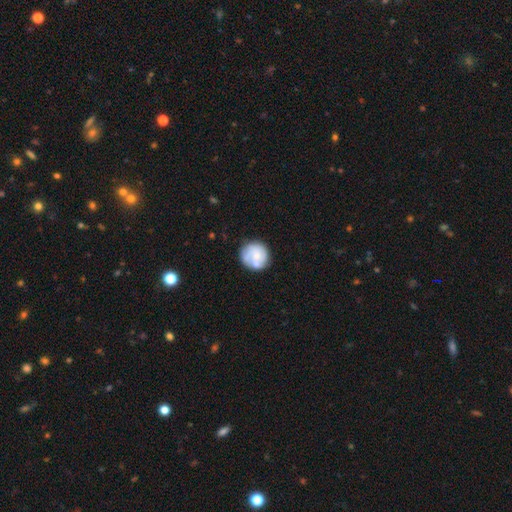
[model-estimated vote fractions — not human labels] Smooth or featured: smooth — 52% (featured or disk — 41%)
How rounded: round — 88% (in between — 11%)
Merging: none — 67% (minor disturbance — 19%)